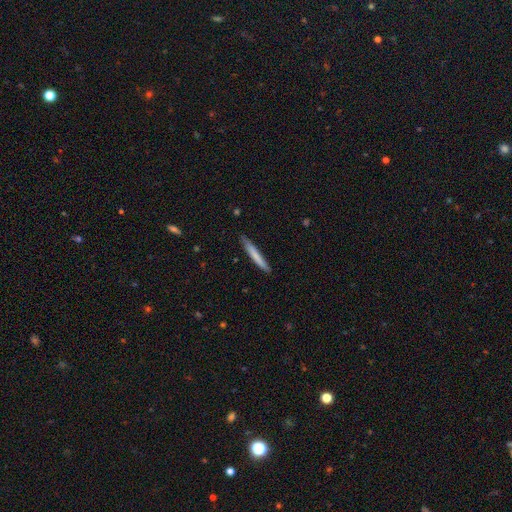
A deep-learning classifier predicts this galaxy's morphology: This is likely a smooth galaxy (73%). How rounded: clearly cigar-shaped (96%). Merging: clearly none (87%).